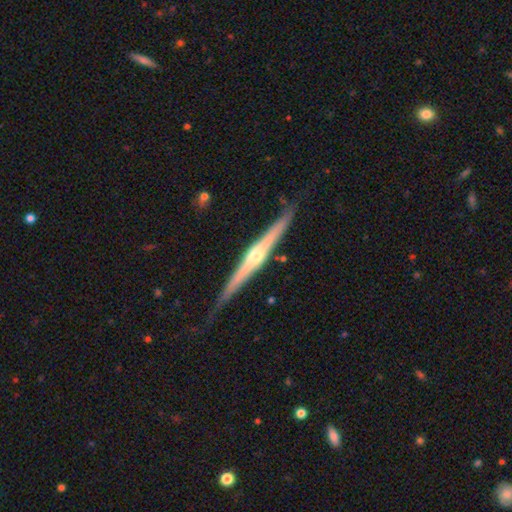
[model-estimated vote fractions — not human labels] Smooth or featured? featured or disk (80%)
Edge-on disk? yes (98%)
Edge-on bulge? rounded (85%)
Merging? none (82%)